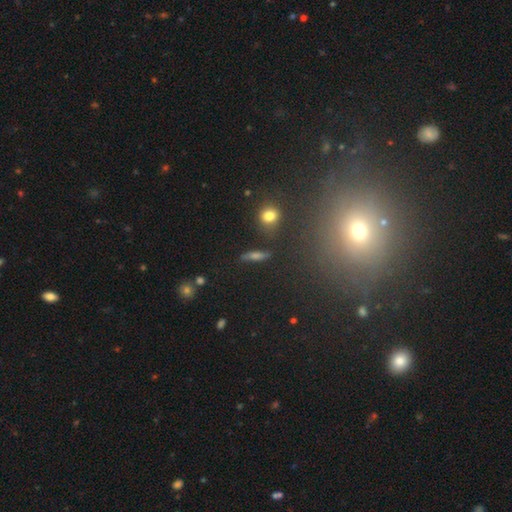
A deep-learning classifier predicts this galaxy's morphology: smooth_or_featured: star or artifact (p=0.46) [alt: smooth p=0.37]